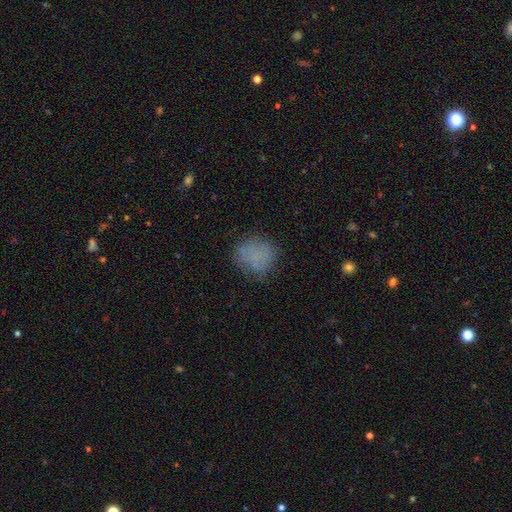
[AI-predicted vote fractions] Smooth or featured: smooth — 70% (featured or disk — 17%)
How rounded: round — 78% (in between — 21%)
Merging: none — 68% (minor disturbance — 20%)